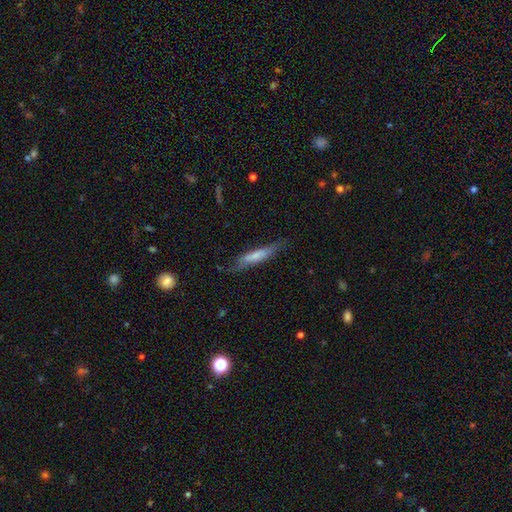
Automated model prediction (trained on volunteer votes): This appears to be a smooth galaxy with no disk features (55%) that is cigar-shaped (83%). Merging: none (62%).